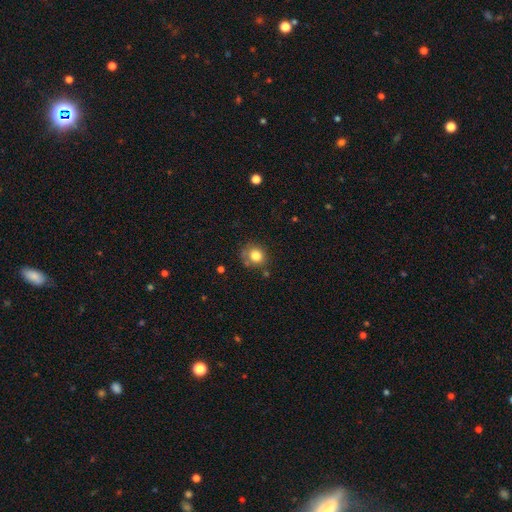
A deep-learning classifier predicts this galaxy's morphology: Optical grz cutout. It shows a smooth galaxy with no disk features (81%) that is round (80%). Merging: none (68%).